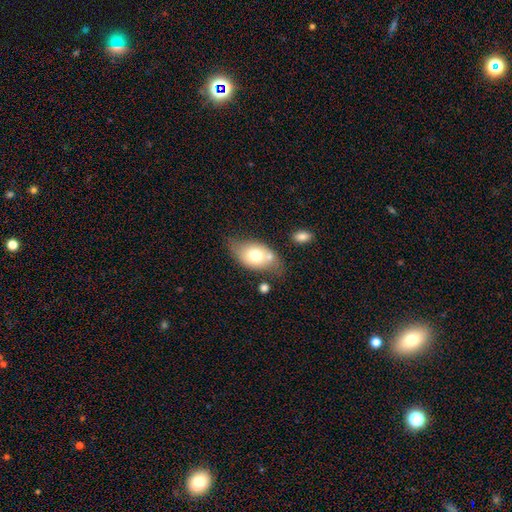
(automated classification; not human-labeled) Smooth or featured? Predicted: smooth (p=0.67). How rounded? Predicted: in between (p=0.88). Merging? Predicted: none (p=0.53).